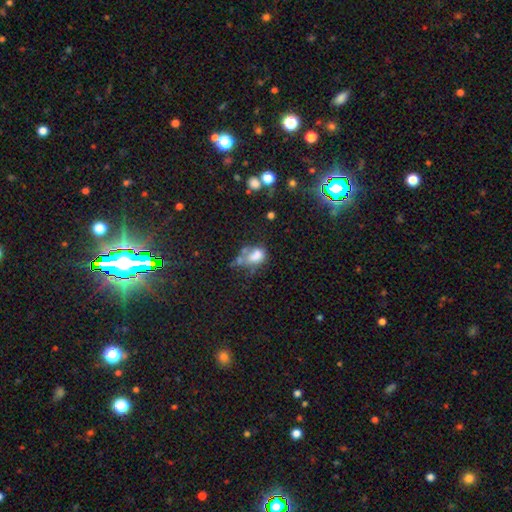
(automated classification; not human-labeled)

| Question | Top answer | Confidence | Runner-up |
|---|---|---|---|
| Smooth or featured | smooth | 59% | featured or disk (26%) |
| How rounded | in between | 74% | round (24%) |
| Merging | merger | 30% | major disturbance (28%) |